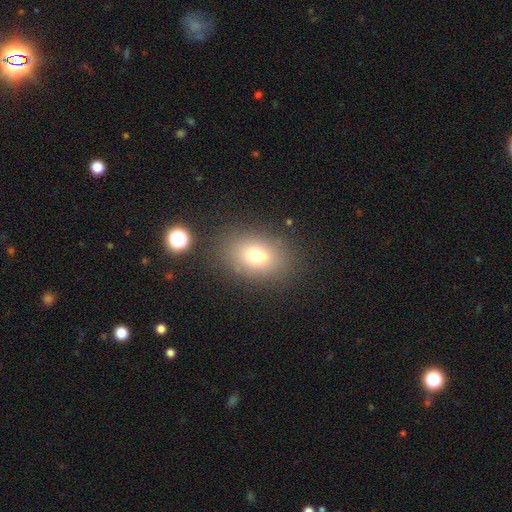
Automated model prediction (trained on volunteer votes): smooth_or_featured: smooth (p=0.67) [alt: featured or disk p=0.18]
how_rounded: in between (p=0.70) [alt: round p=0.28]
merging: none (p=0.62) [alt: merger p=0.21]